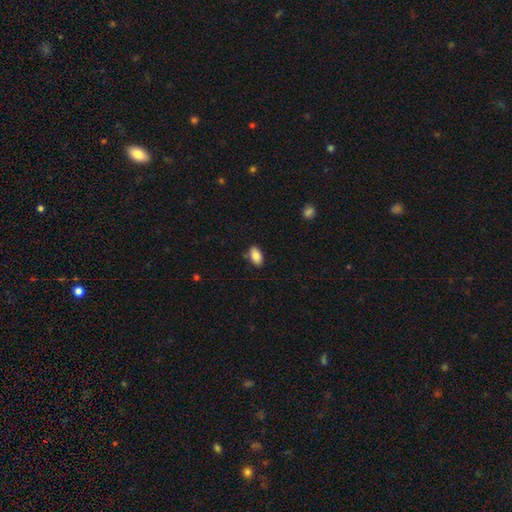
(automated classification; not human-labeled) smooth-or-featured: smooth: 87% | star or artifact: 7% | featured or disk: 6%
  how-rounded: in between: 93% | round: 5% | cigar-shaped: 2%
  merging: none: 85% | minor disturbance: 11% | major disturbance: 2% | merger: 2%